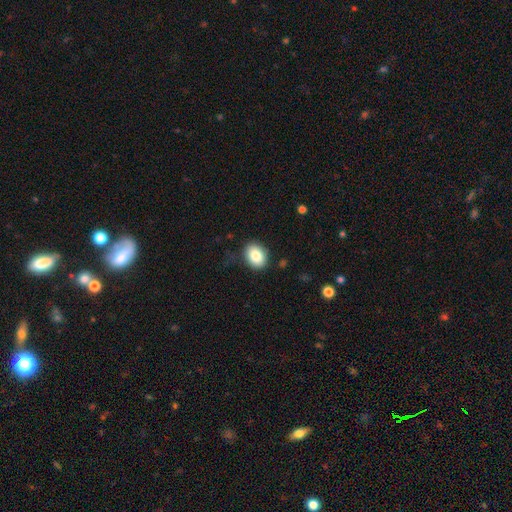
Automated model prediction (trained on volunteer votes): Smooth or featured? smooth (85%)
How rounded? in between (66%)
Merging? none (83%)